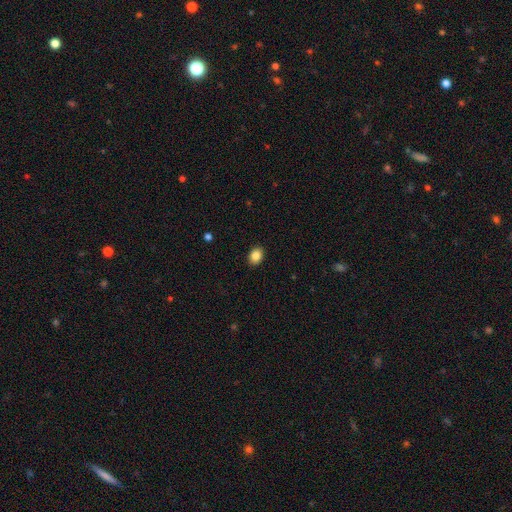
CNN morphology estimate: smooth-or-featured: smooth: 86% | star or artifact: 9% | featured or disk: 5%
  how-rounded: in between: 65% | round: 34% | cigar-shaped: 1%
  merging: none: 91% | minor disturbance: 7% | major disturbance: 2% | merger: 1%